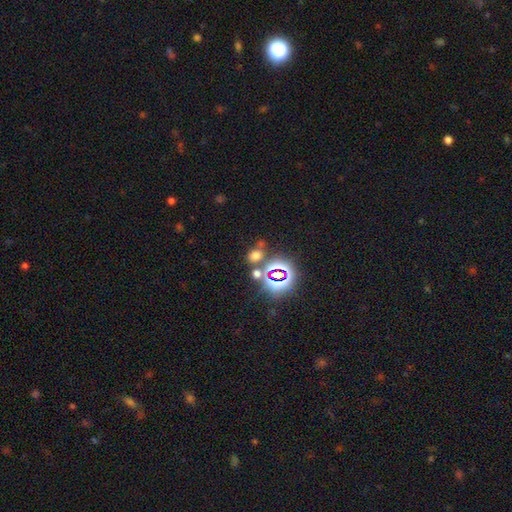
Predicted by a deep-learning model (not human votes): Morphology: type=smooth (56%); roundness=round (51%); merging=none (67%).